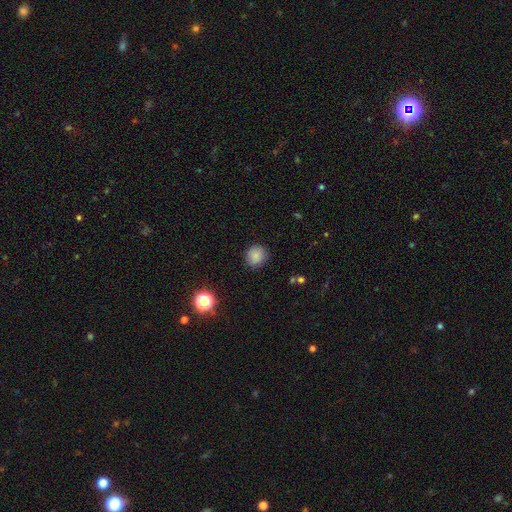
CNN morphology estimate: type=smooth (83%); roundness=round (86%); merging=none (86%).